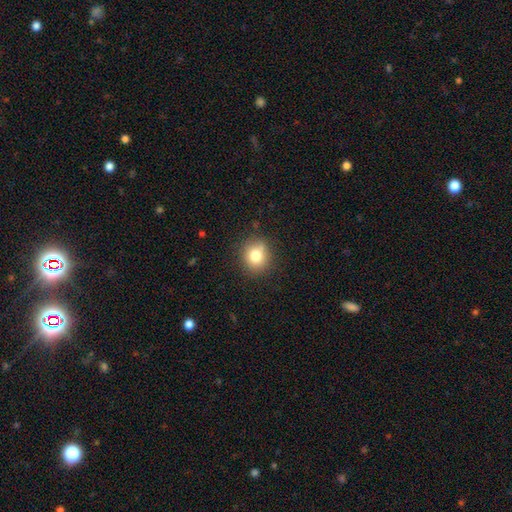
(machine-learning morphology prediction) This is likely a smooth galaxy (79%). How rounded: clearly round (83%). Merging: clearly none (81%).